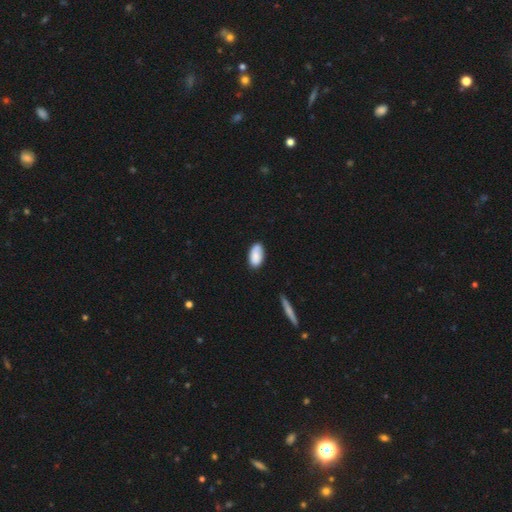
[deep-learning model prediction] smooth_or_featured: smooth (p=0.86) [alt: featured or disk p=0.08]
how_rounded: in between (p=0.94) [alt: cigar-shaped p=0.03]
merging: none (p=0.78) [alt: minor disturbance p=0.18]